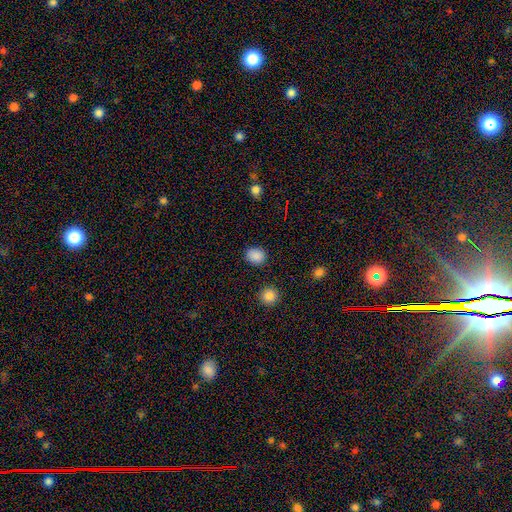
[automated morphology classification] Smooth or featured? Predicted: smooth (p=0.87). How rounded? Predicted: round (p=0.65). Merging? Predicted: none (p=0.87).